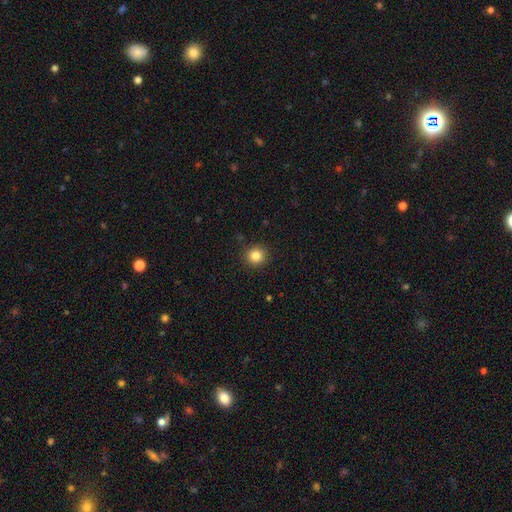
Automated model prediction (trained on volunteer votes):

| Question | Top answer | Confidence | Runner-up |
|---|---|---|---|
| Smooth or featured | smooth | 84% | star or artifact (11%) |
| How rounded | round | 92% | in between (7%) |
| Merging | none | 91% | minor disturbance (6%) |